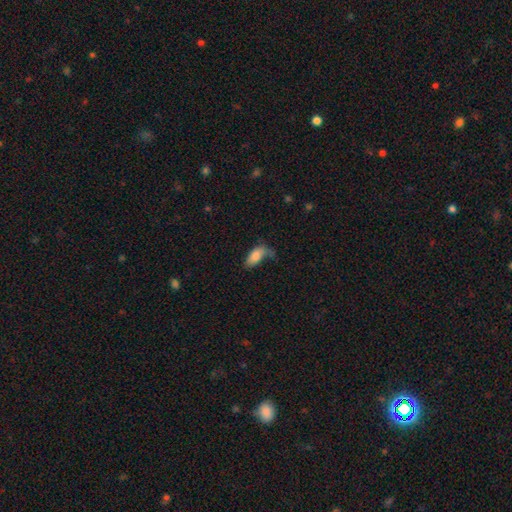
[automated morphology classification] A smooth galaxy with no disk features (80%) that is in between round and cigar-shaped (88%).

Vote fractions:
- Smooth or featured? smooth: 80% / featured or disk: 13% / star or artifact: 7%
- How rounded? in between: 88% / cigar-shaped: 9% / round: 3%
- Merging? none: 36% / minor disturbance: 31% / major disturbance: 27% / merger: 6%